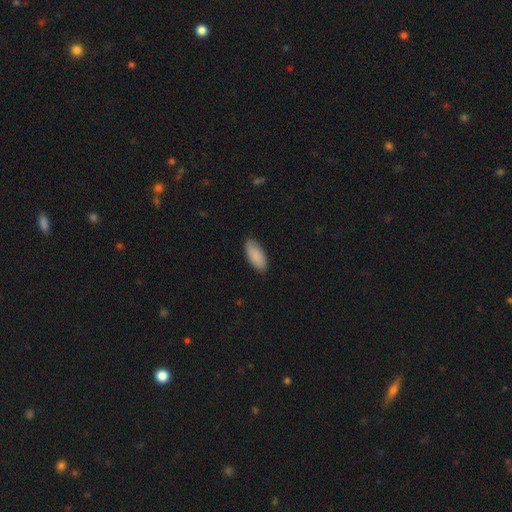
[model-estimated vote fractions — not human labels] This is clearly a smooth galaxy (89%). How rounded: clearly in between (88%). Merging: clearly none (87%).